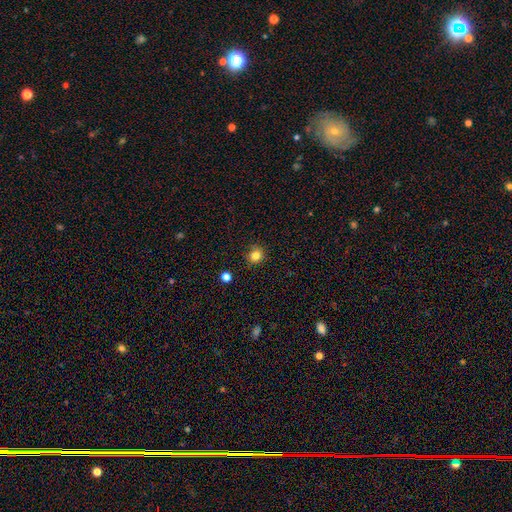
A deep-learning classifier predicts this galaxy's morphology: A smooth galaxy with no disk features (82%) that is round (89%). Merging: none (88%).